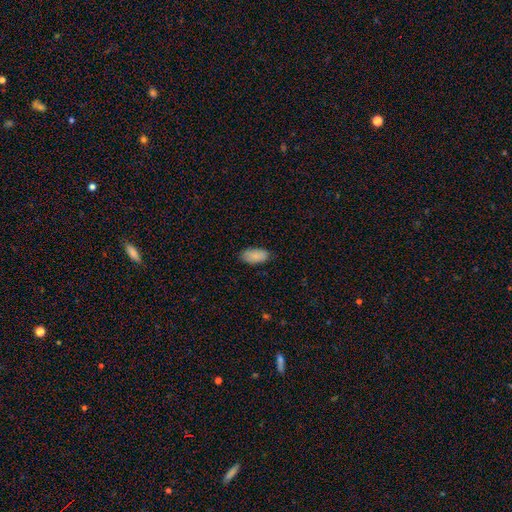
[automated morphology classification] type=smooth (87%); roundness=in between (94%); merging=none (82%).